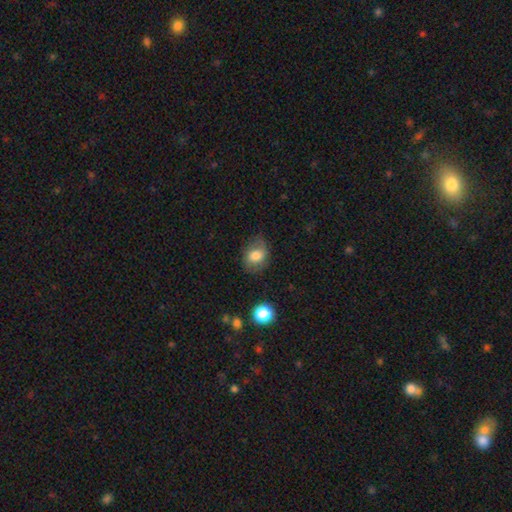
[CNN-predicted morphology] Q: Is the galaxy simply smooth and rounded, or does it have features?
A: smooth — 76%.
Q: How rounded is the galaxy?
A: in between — 56%.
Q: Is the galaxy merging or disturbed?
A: none — 68%.